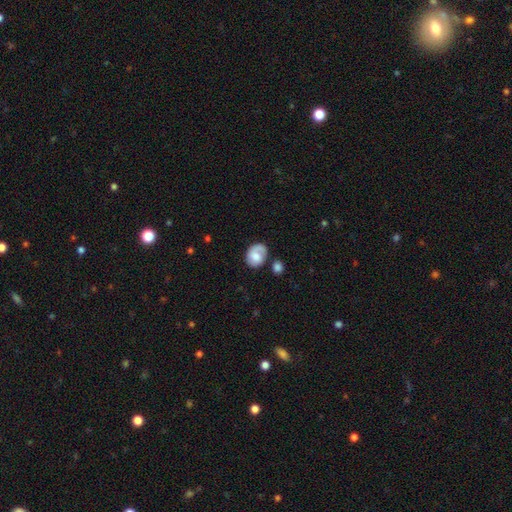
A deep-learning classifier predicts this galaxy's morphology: smooth_or_featured: smooth (p=0.59) [alt: featured or disk p=0.34]
how_rounded: in between (p=0.54) [alt: round p=0.45]
merging: none (p=0.50) [alt: minor disturbance p=0.25]